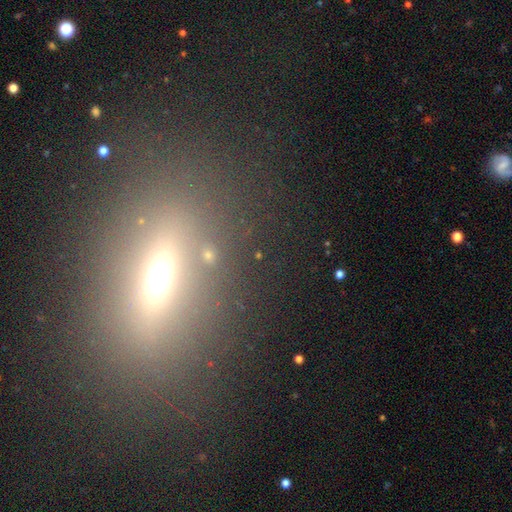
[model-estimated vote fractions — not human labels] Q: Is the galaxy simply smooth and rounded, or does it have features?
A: smooth — 43%.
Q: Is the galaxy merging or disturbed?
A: none — 80%.